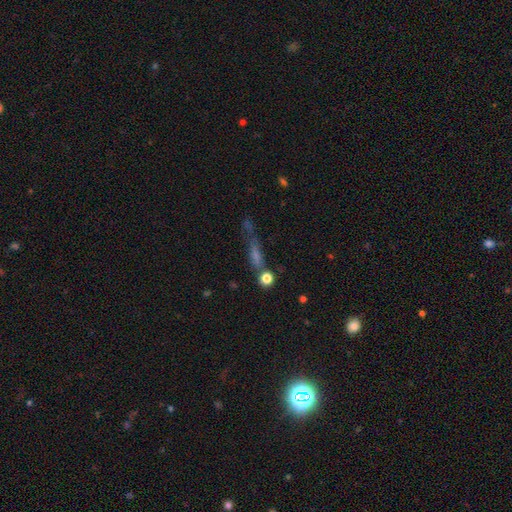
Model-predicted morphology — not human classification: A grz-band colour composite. It shows a smooth galaxy with no disk features (41%). Merging: none (52%).